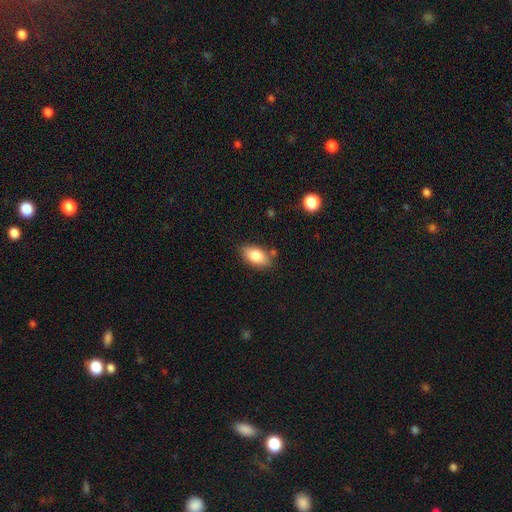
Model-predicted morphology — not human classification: smooth_or_featured: smooth (p=0.81) [alt: featured or disk p=0.11]
how_rounded: in between (p=0.90) [alt: round p=0.06]
merging: none (p=0.78) [alt: minor disturbance p=0.15]